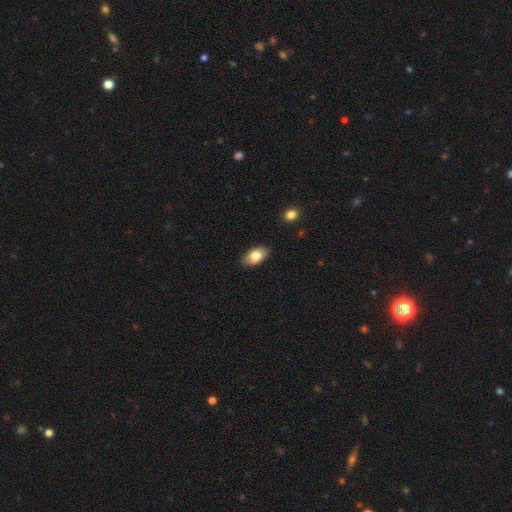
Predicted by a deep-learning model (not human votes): smooth-or-featured: smooth: 80% | featured or disk: 13% | star or artifact: 7%
  how-rounded: in between: 92% | round: 6% | cigar-shaped: 2%
  merging: none: 82% | minor disturbance: 14% | major disturbance: 2% | merger: 2%